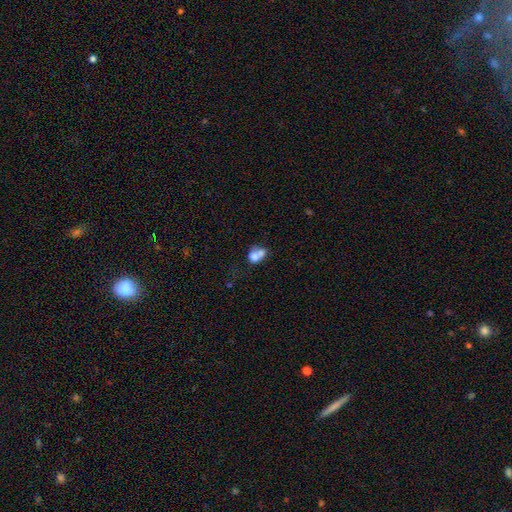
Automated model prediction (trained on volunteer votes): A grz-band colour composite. It shows a smooth galaxy with no disk features (69%) that is round (53%). Merging: merger (64%).